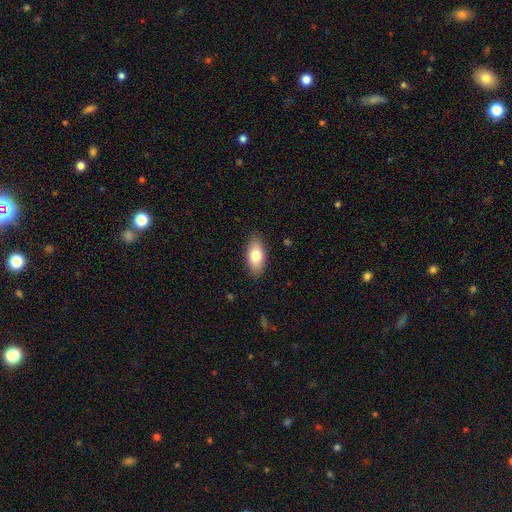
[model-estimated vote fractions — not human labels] smooth 80%, featured or disk 14%, star or artifact 6%. Down the decision tree: how rounded — in between (90%); merging — none (87%).